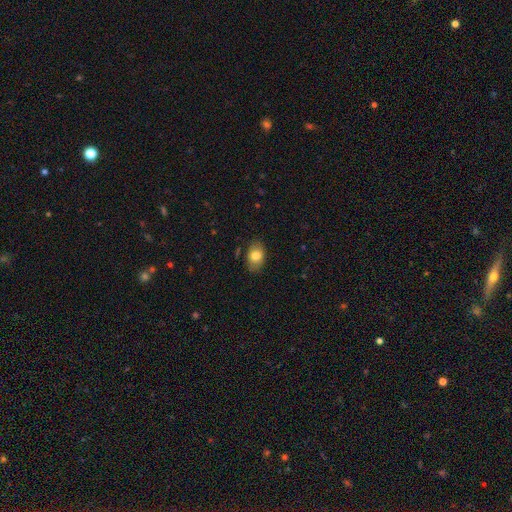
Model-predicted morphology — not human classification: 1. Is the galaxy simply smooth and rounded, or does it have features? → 79% smooth, 13% featured or disk, 8% star or artifact.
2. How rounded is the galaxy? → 85% in between, 14% round, 1% cigar-shaped.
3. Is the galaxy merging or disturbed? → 82% none, 14% minor disturbance, 3% major disturbance, 1% merger.